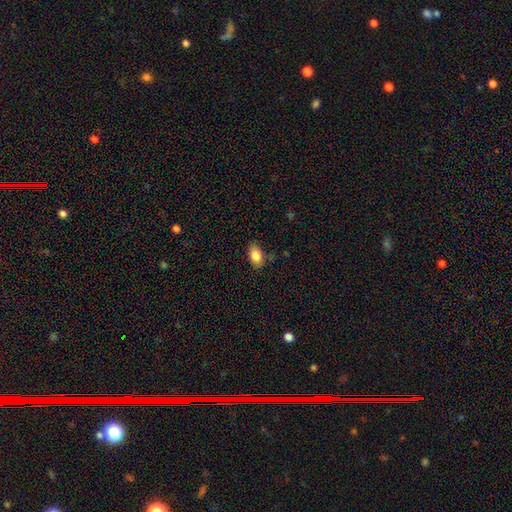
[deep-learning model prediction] Q: Smooth or featured?
A: smooth (84%); runner-up: featured or disk (8%)
Q: How rounded?
A: in between (86%); runner-up: round (12%)
Q: Merging?
A: none (72%); runner-up: minor disturbance (22%)